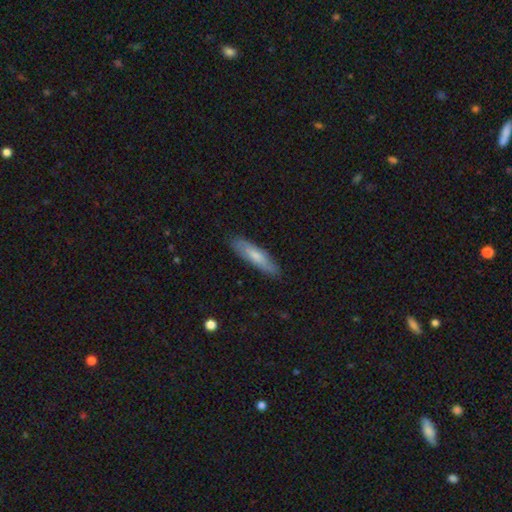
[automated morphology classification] This appears to be a smooth galaxy with no disk features (69%) that is cigar-shaped (74%). Merging: none (85%).